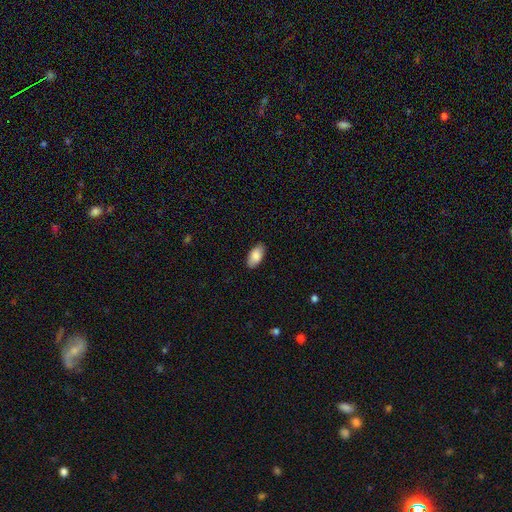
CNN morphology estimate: This appears to be a smooth galaxy with no disk features (87%) that is in between round and cigar-shaped (95%). Merging: none (88%).